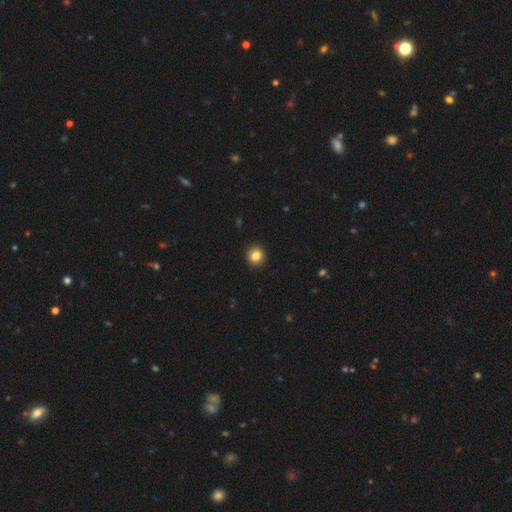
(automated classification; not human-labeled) Smooth or featured?
  - smooth: 84% *
  - star or artifact: 10%
  - featured or disk: 5%
How rounded?
  - round: 90% *
  - in between: 9%
  - cigar-shaped: 1%
Merging?
  - none: 93% *
  - minor disturbance: 5%
  - major disturbance: 1%
  - merger: 1%